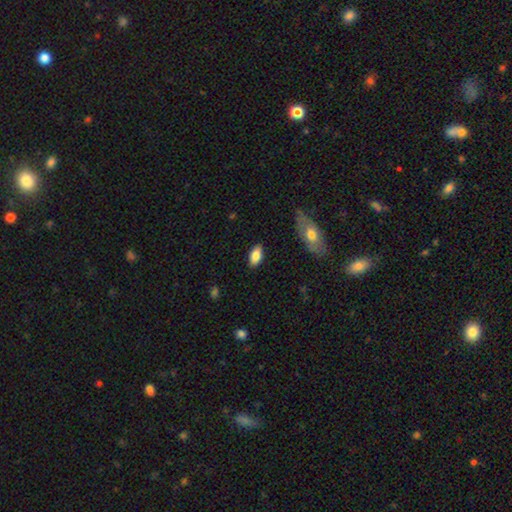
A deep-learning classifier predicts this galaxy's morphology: This is clearly a smooth galaxy (84%). How rounded: clearly in between (91%). Merging: clearly none (86%).